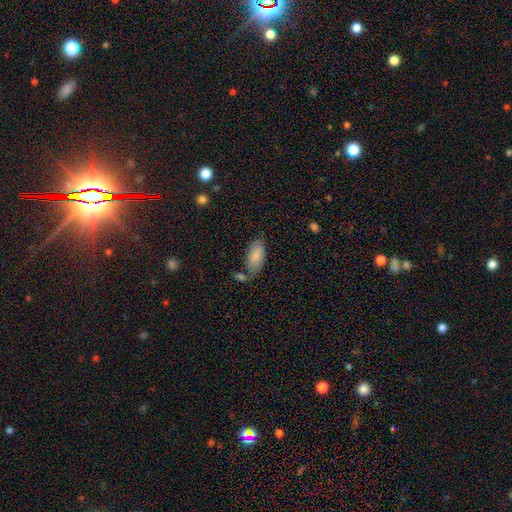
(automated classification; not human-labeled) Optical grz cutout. It shows a smooth galaxy with no disk features (86%) that is in between round and cigar-shaped (89%). Merging: none (66%).